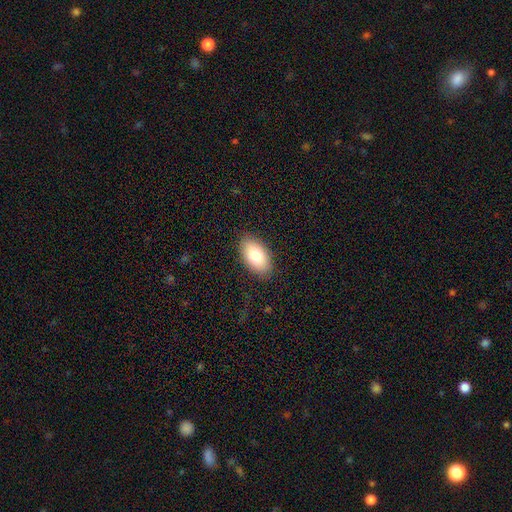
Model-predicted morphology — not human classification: This appears to be a smooth galaxy with no disk features (79%) that is in between round and cigar-shaped (94%). Merging: none (86%).